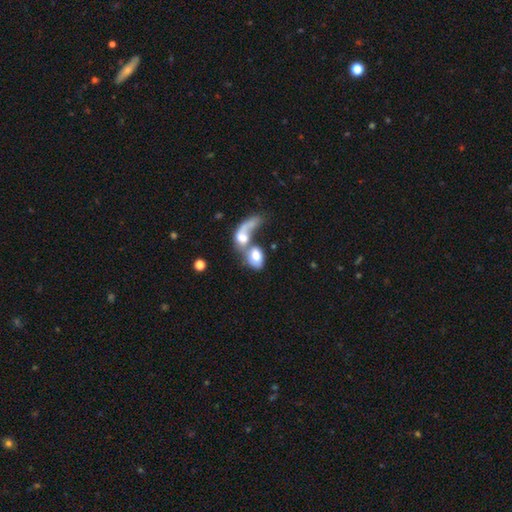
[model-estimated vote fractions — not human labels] smooth_or_featured: smooth (p=0.62) [alt: featured or disk p=0.30]
how_rounded: in between (p=0.80) [alt: round p=0.17]
merging: merger (p=0.71) [alt: major disturbance p=0.14]